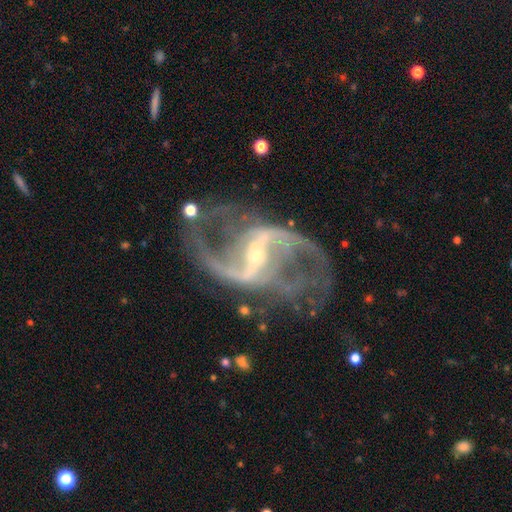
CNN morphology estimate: This appears to be a featured or disk galaxy (92%) with a strong bar (61%), 2 (91%) loose (55%) spiral arms (97%) and a small central bulge (82%). Merging: none (66%).